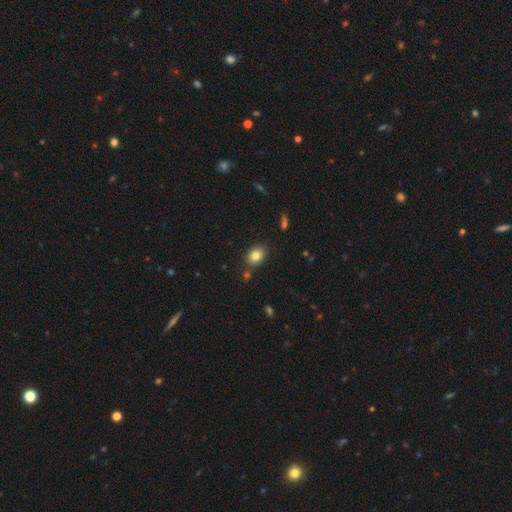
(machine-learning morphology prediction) smooth_or_featured: smooth (p=0.82) [alt: star or artifact p=0.10]
how_rounded: in between (p=0.64) [alt: round p=0.35]
merging: none (p=0.82) [alt: minor disturbance p=0.10]